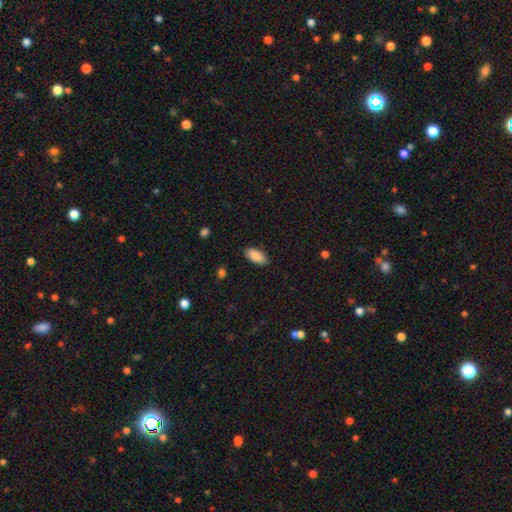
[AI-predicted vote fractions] Overall: smooth (87%). How rounded: in between (93%). Merging: none (87%).